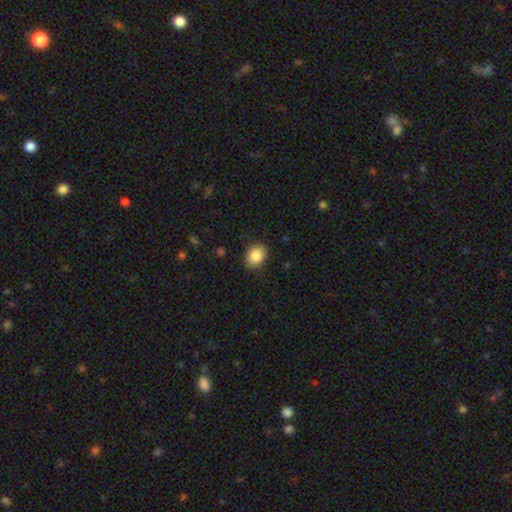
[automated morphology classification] Overall: smooth (88%). How rounded: in between (58%; round 41%). Merging: none (86%).